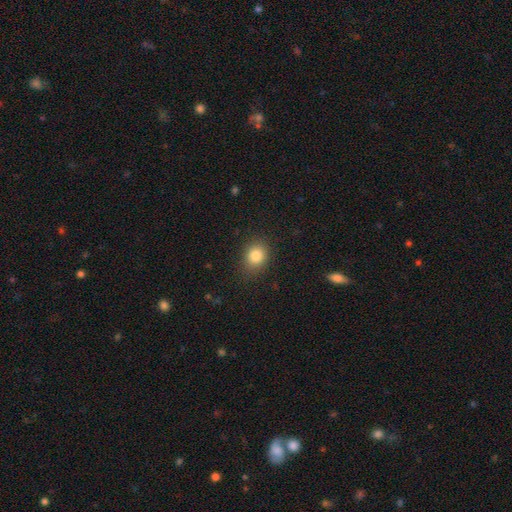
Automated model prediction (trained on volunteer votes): Q: Smooth or featured?
A: smooth (83%); runner-up: star or artifact (11%)
Q: How rounded?
A: round (61%); runner-up: in between (38%)
Q: Merging?
A: none (83%); runner-up: minor disturbance (13%)